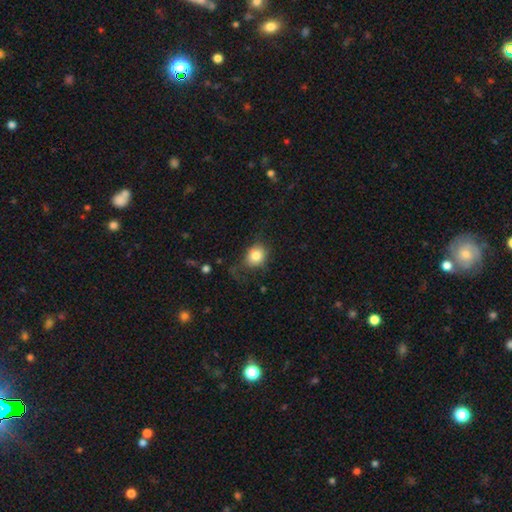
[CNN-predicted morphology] smooth-or-featured: smooth: 80% | featured or disk: 10% | star or artifact: 9%
  how-rounded: round: 70% | in between: 29% | cigar-shaped: 1%
  merging: none: 57% | minor disturbance: 25% | major disturbance: 17% | merger: 2%